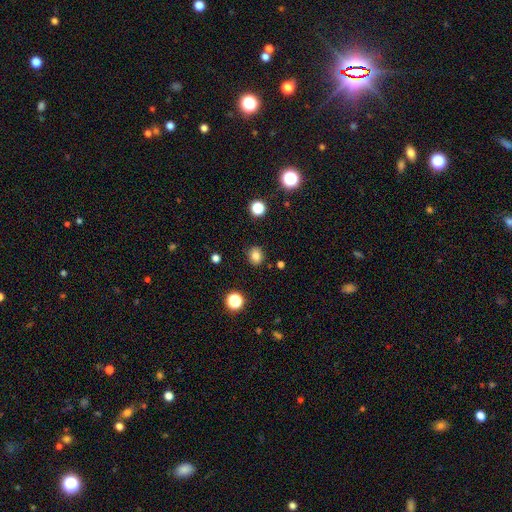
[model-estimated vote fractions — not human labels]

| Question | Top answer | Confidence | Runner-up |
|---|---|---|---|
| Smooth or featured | smooth | 81% | star or artifact (13%) |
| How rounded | round | 65% | in between (34%) |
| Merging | none | 87% | minor disturbance (9%) |